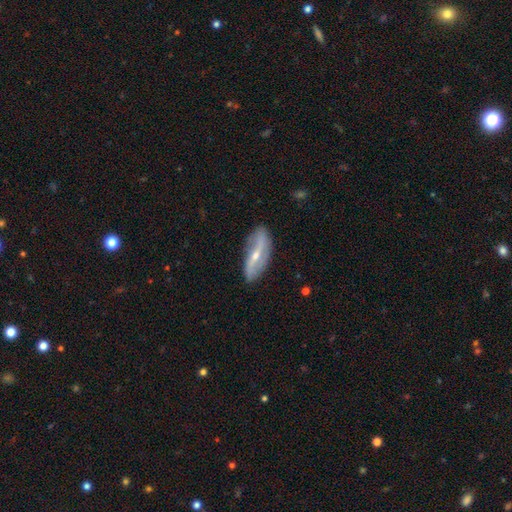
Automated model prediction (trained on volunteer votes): Smooth or featured? featured or disk (77%)
Edge-on disk? no (82%)
Bar? strong (54%)
Spiral arms? yes (79%)
Spiral winding? loose (67%)
Spiral arm count? 2 (88%)
Bulge size? small (59%)
Merging? none (83%)